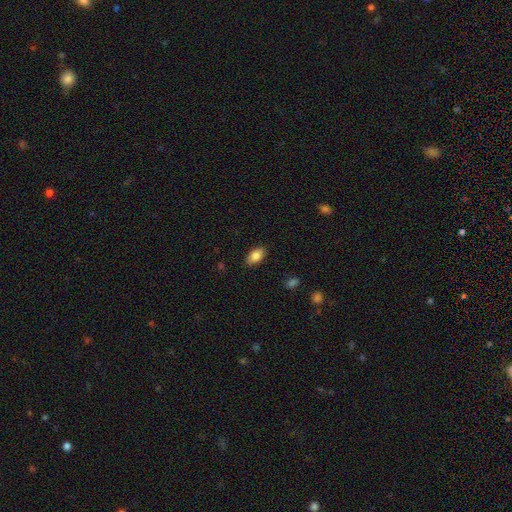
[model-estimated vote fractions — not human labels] A smooth galaxy with no disk features (85%) that is in between round and cigar-shaped (92%). Merging: none (87%).